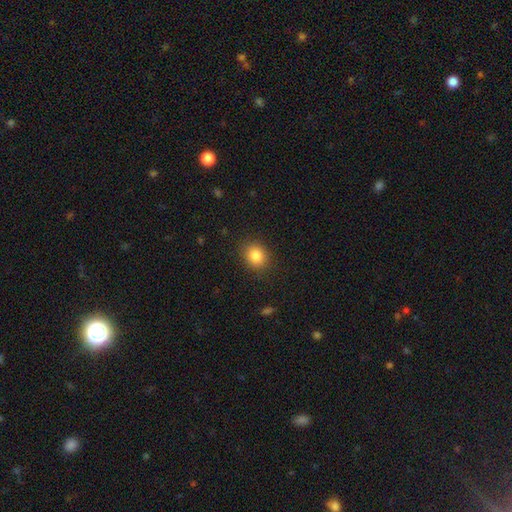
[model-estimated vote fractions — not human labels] Q: Smooth or featured?
A: smooth (85%); runner-up: star or artifact (10%)
Q: How rounded?
A: round (66%); runner-up: in between (33%)
Q: Merging?
A: none (87%); runner-up: minor disturbance (9%)